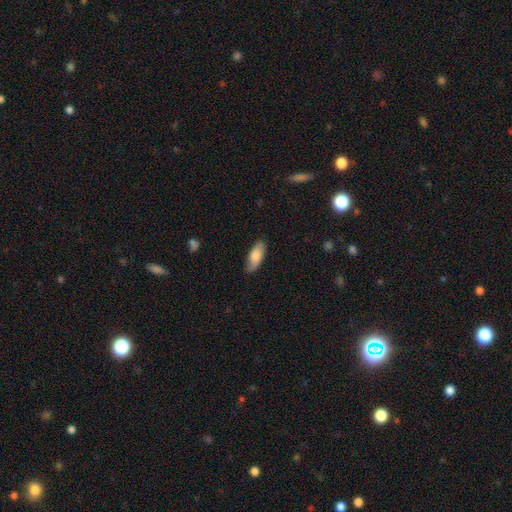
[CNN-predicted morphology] Smooth or featured? smooth (78%)
How rounded? in between (78%)
Merging? none (77%)